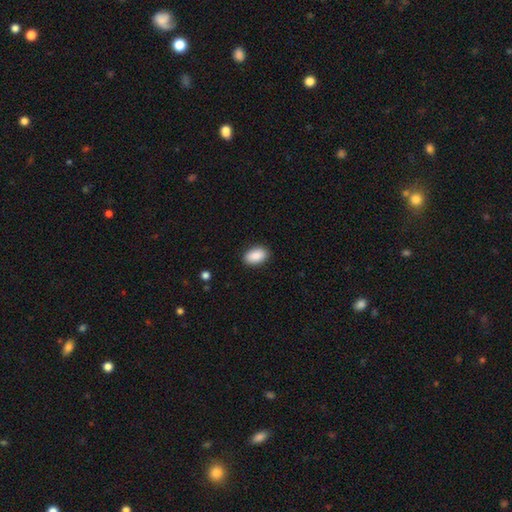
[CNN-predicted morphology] A smooth galaxy with no disk features (89%) that is in between round and cigar-shaped (92%).

Vote fractions:
- Smooth or featured? smooth: 89% / star or artifact: 7% / featured or disk: 4%
- How rounded? in between: 92% / round: 6% / cigar-shaped: 1%
- Merging? none: 89% / minor disturbance: 8% / major disturbance: 2% / merger: 1%